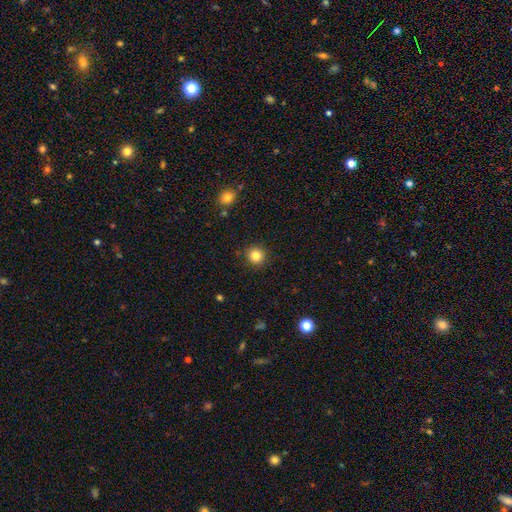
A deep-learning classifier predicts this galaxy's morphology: smooth-or-featured: smooth: 83% | star or artifact: 11% | featured or disk: 6%
  how-rounded: round: 93% | in between: 6% | cigar-shaped: 1%
  merging: none: 90% | minor disturbance: 6% | major disturbance: 2% | merger: 1%